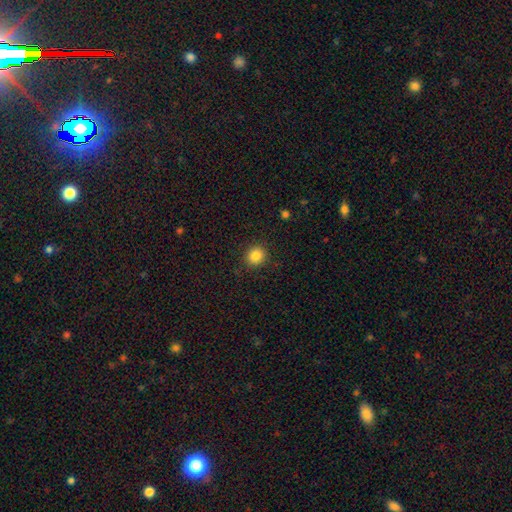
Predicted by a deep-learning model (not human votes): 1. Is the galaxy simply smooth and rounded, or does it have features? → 85% smooth, 11% star or artifact, 5% featured or disk.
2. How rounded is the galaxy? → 83% round, 16% in between, 1% cigar-shaped.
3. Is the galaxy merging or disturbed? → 88% none, 8% minor disturbance, 3% major disturbance, 1% merger.